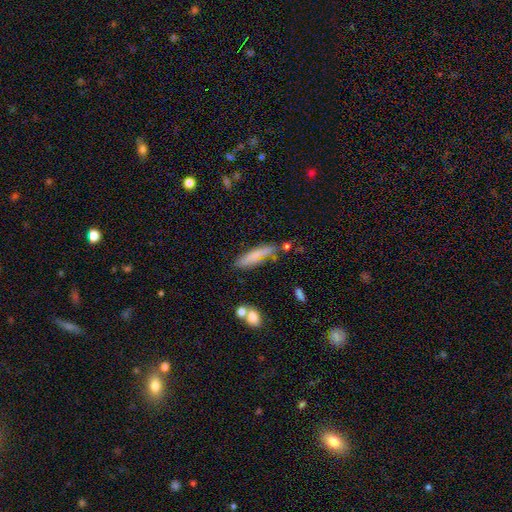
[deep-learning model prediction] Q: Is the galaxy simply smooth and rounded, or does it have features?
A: smooth — 75%.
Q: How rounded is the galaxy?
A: cigar-shaped — 79%.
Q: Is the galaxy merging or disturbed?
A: none — 67%.